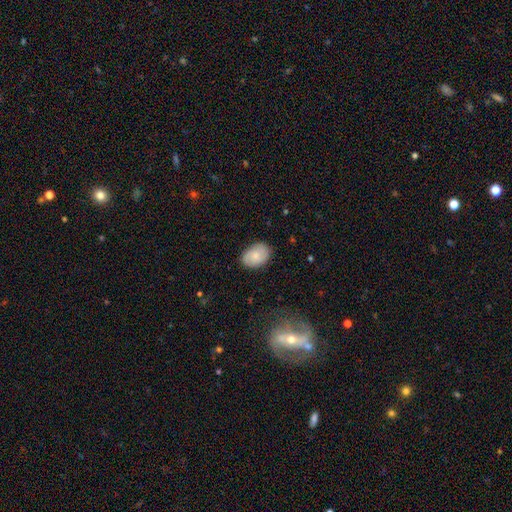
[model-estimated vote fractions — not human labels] smooth_or_featured: smooth (p=0.73) [alt: featured or disk p=0.20]
how_rounded: in between (p=0.80) [alt: round p=0.19]
merging: none (p=0.83) [alt: minor disturbance p=0.13]